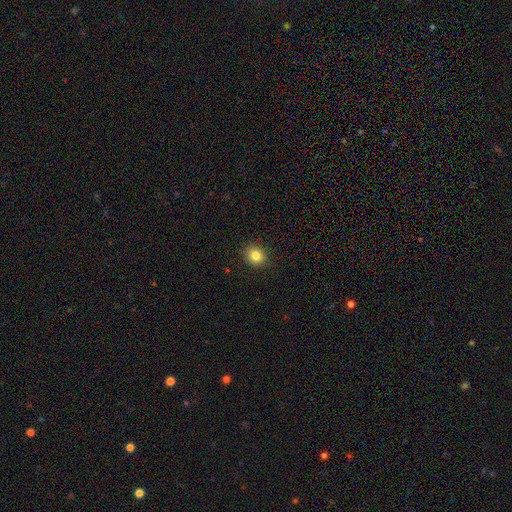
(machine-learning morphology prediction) Smooth or featured: smooth — 82% (star or artifact — 12%)
How rounded: round — 79% (in between — 20%)
Merging: none — 90% (minor disturbance — 7%)